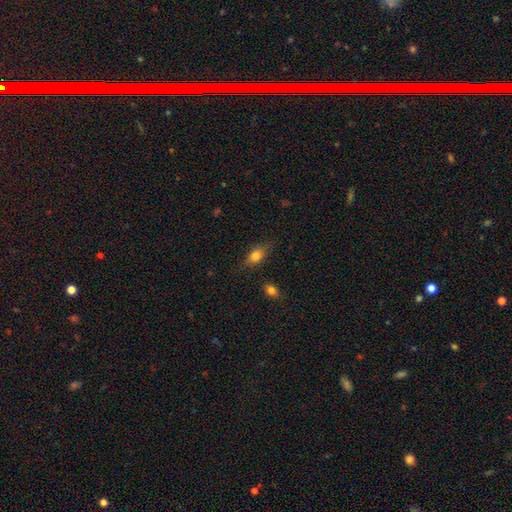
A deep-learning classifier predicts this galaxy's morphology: A smooth galaxy with no disk features (73%) that is in between round and cigar-shaped (73%).

Vote fractions:
- Smooth or featured? smooth: 73% / featured or disk: 18% / star or artifact: 9%
- How rounded? in between: 73% / round: 17% / cigar-shaped: 10%
- Merging? none: 73% / minor disturbance: 19% / major disturbance: 5% / merger: 2%